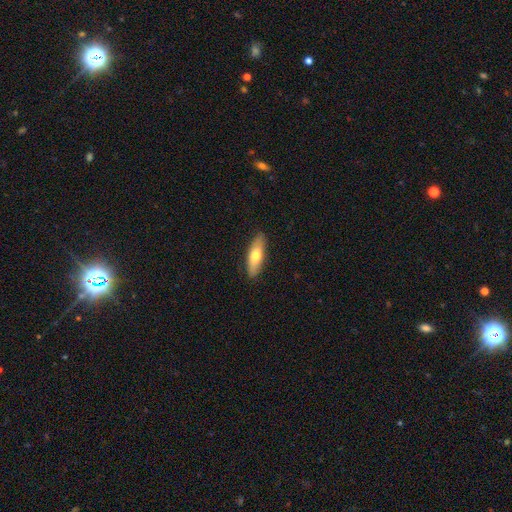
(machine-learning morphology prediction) Overall: smooth (67%). How rounded: in between (49%, tied with cigar-shaped). Merging: none (88%).